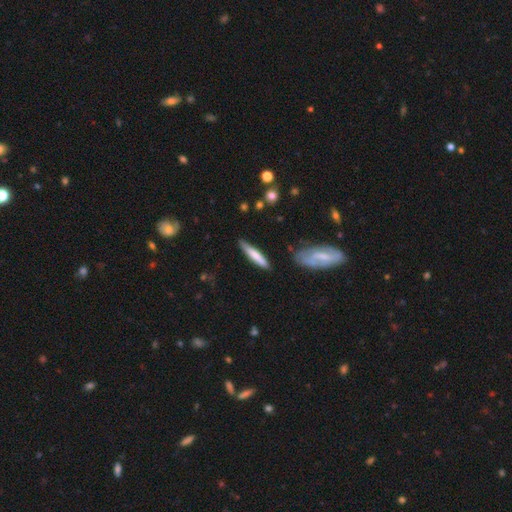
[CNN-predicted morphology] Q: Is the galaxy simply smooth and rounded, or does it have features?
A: smooth — 68%.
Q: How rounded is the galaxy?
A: cigar-shaped — 89%.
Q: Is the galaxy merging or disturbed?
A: none — 80%.